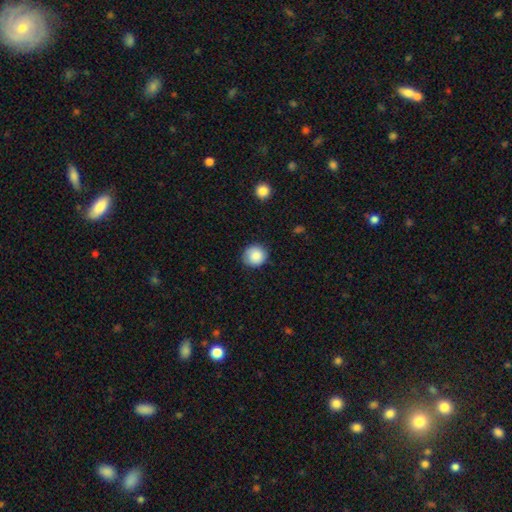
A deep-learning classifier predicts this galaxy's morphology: Smooth or featured?
  - smooth: 85% *
  - star or artifact: 8%
  - featured or disk: 7%
How rounded?
  - round: 90% *
  - in between: 9%
  - cigar-shaped: 1%
Merging?
  - none: 82% *
  - minor disturbance: 14%
  - major disturbance: 3%
  - merger: 1%